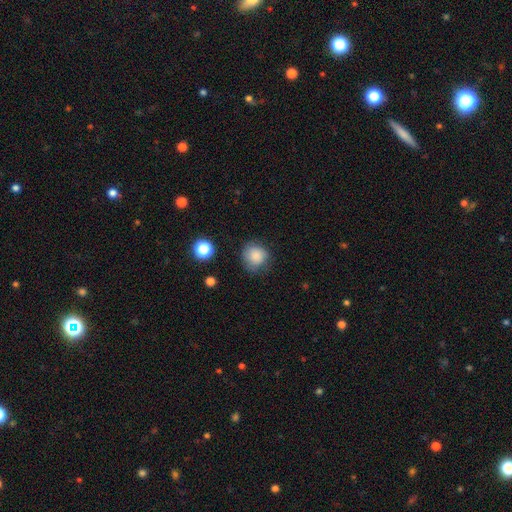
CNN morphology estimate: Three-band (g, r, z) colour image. It shows a smooth galaxy with no disk features (85%) that is round (85%). Merging: none (70%).